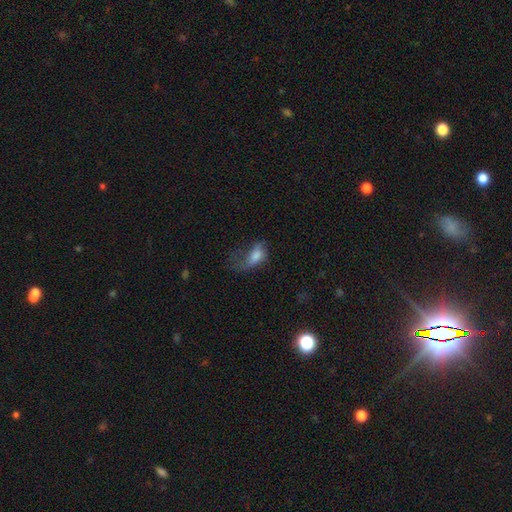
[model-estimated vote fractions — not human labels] Smooth or featured? smooth (63%)
How rounded? in between (85%)
Merging? major disturbance (50%)